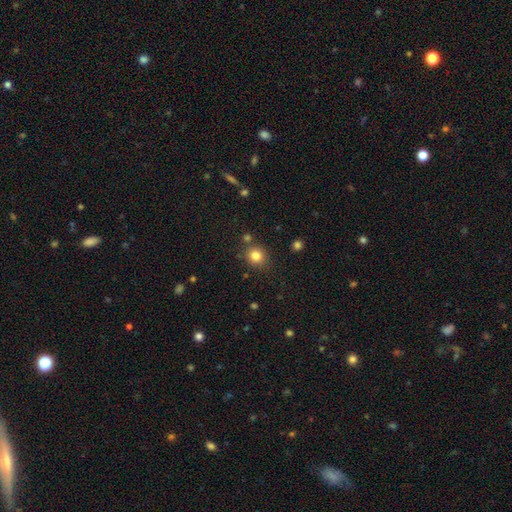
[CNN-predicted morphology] This is clearly a smooth galaxy (81%). How rounded: clearly round (86%). Merging: clearly none (81%).